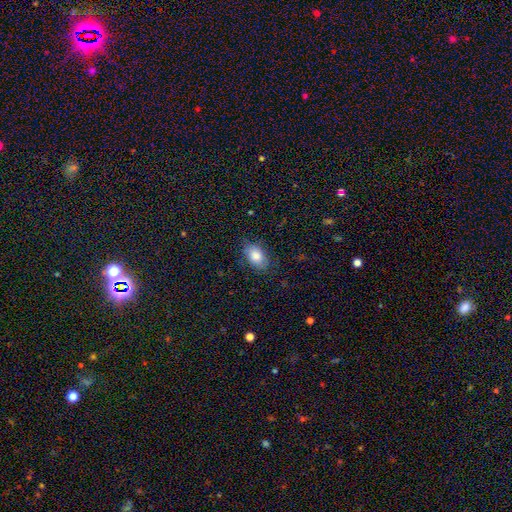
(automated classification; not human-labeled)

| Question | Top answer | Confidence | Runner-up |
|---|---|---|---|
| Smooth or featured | smooth | 83% | featured or disk (10%) |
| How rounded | in between | 87% | round (11%) |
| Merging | none | 78% | minor disturbance (16%) |